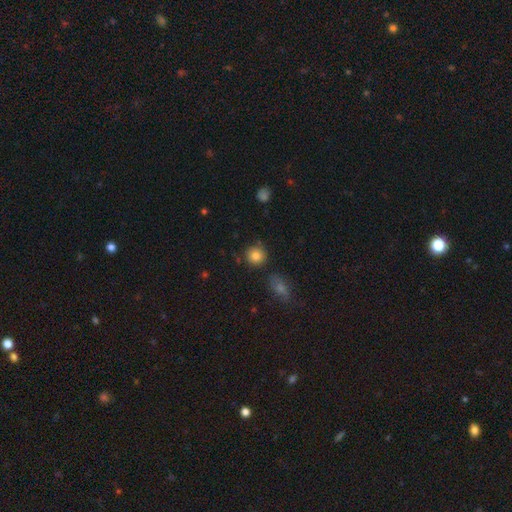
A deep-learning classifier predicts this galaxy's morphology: type=smooth (84%); roundness=round (90%); merging=none (82%).